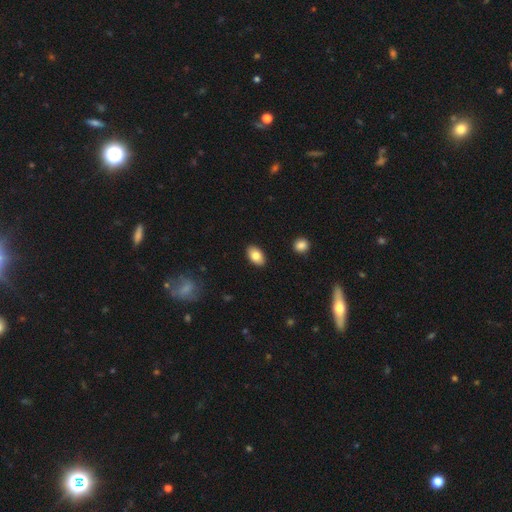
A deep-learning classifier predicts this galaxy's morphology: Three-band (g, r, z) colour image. It shows a smooth galaxy with no disk features (83%) that is in between round and cigar-shaped (92%). Merging: none (89%).